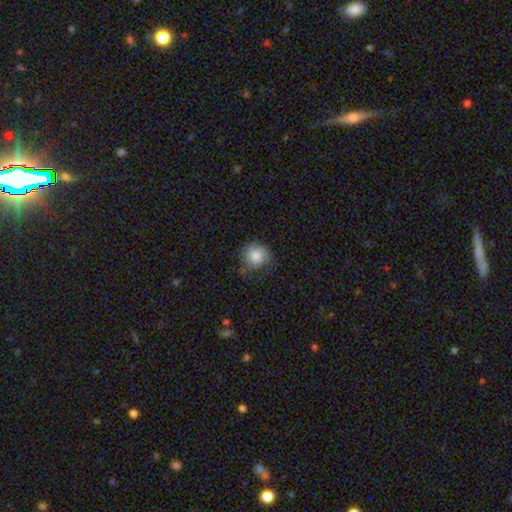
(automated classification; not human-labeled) A smooth galaxy with no disk features (83%) that is round (87%). Merging: none (66%).